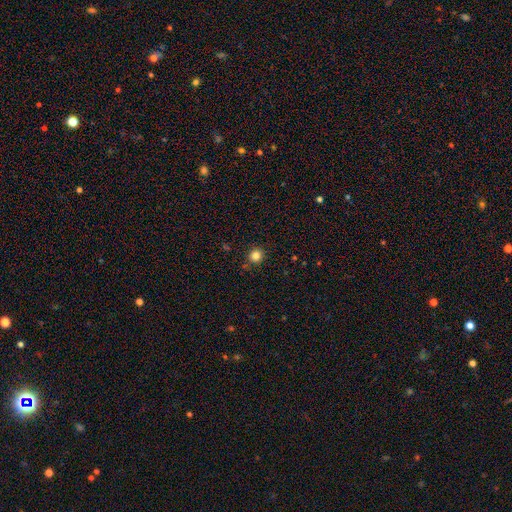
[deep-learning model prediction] This is clearly a smooth galaxy (82%). How rounded: clearly round (92%). Merging: clearly none (87%).